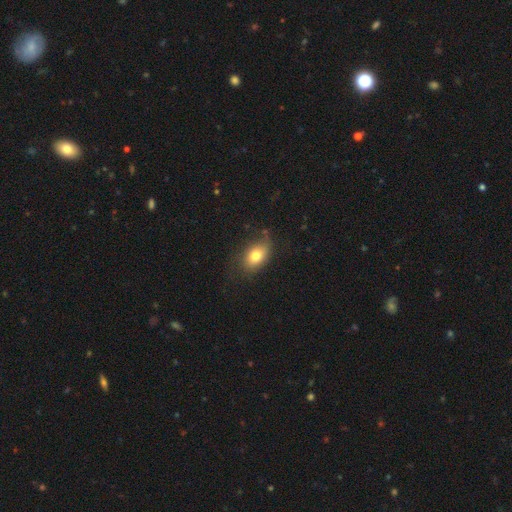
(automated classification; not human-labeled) smooth_or_featured: smooth (p=0.77) [alt: featured or disk p=0.13]
how_rounded: in between (p=0.83) [alt: round p=0.16]
merging: none (p=0.71) [alt: minor disturbance p=0.21]